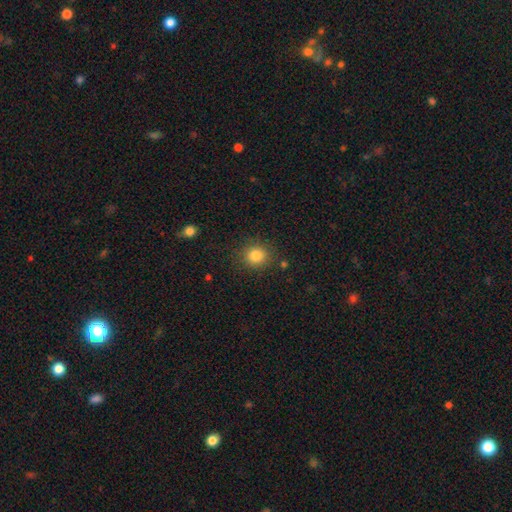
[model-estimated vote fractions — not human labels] This is clearly a smooth galaxy (83%). How rounded: clearly round (84%). Merging: clearly none (86%).